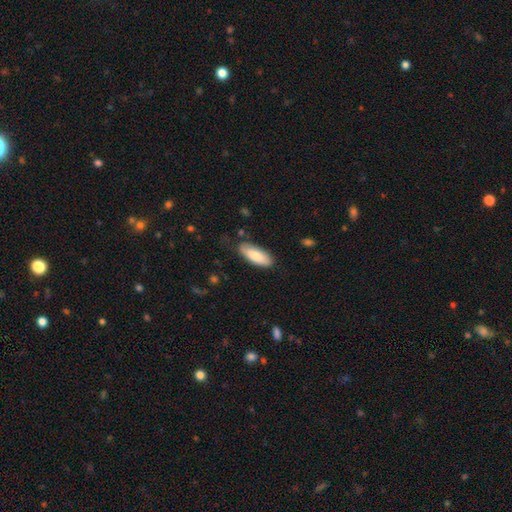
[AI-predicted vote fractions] Smooth or featured? smooth (80%)
How rounded? in between (78%)
Merging? none (76%)